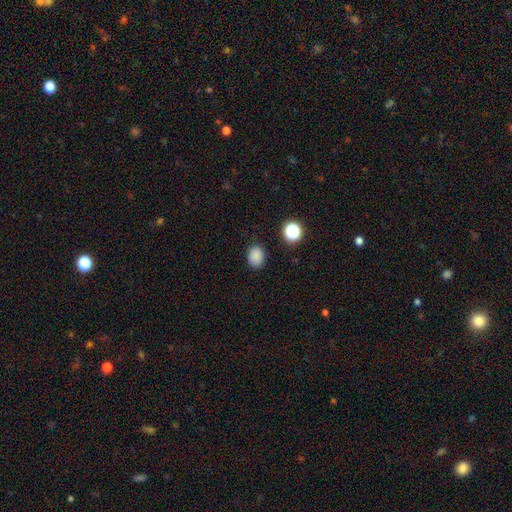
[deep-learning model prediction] Smooth or featured?
  - smooth: 84% *
  - star or artifact: 12%
  - featured or disk: 4%
How rounded?
  - in between: 51% *
  - round: 48%
  - cigar-shaped: 1%
Merging?
  - none: 84% *
  - minor disturbance: 11%
  - major disturbance: 3%
  - merger: 2%